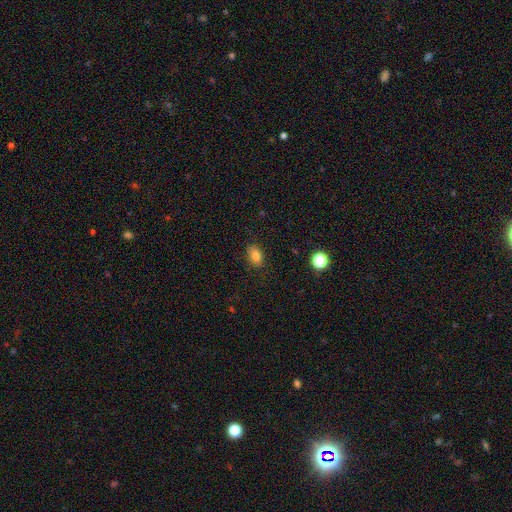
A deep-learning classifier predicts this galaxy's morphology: Smooth or featured?
  - smooth: 81% *
  - star or artifact: 11%
  - featured or disk: 8%
How rounded?
  - in between: 82% *
  - round: 15%
  - cigar-shaped: 2%
Merging?
  - none: 82% *
  - minor disturbance: 14%
  - major disturbance: 3%
  - merger: 1%